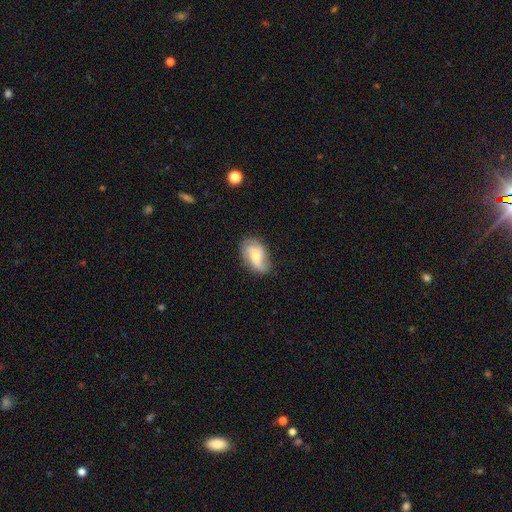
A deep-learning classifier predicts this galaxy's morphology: Smooth or featured? Predicted: featured or disk (p=0.64). Edge-on disk? Predicted: no (p=0.96). Bar? Predicted: no (p=0.58). Spiral arms? Predicted: yes (p=0.92). Spiral winding? Predicted: loose (p=0.46). Spiral arm count? Predicted: 2 (p=0.51). Bulge size? Predicted: small (p=0.47). Merging? Predicted: none (p=0.69).